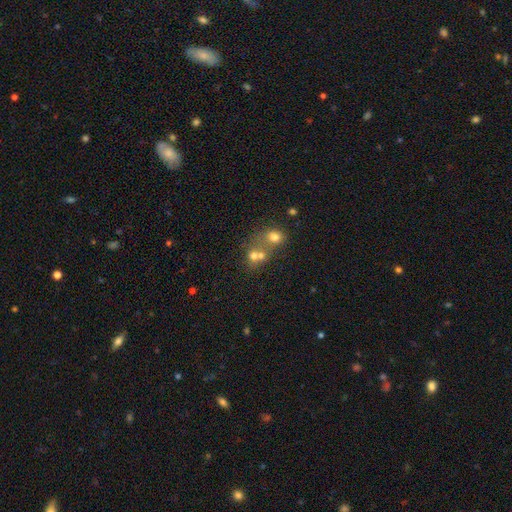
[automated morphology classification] smooth_or_featured: smooth (p=0.63) [alt: featured or disk p=0.21]
how_rounded: round (p=0.71) [alt: in between p=0.28]
merging: merger (p=0.61) [alt: none p=0.28]